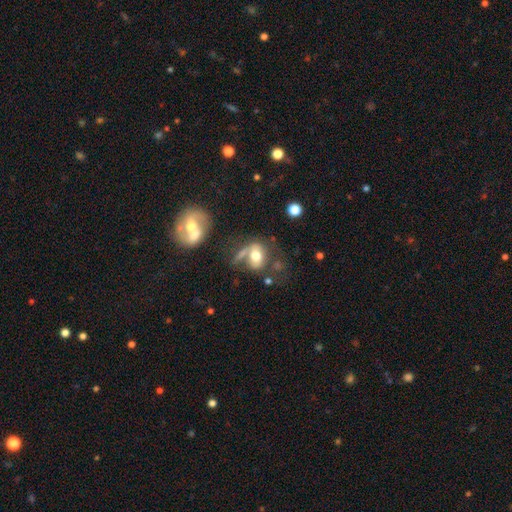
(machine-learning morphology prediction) A smooth galaxy with no disk features (62%) that is in between round and cigar-shaped (62%).

Vote fractions:
- Smooth or featured? smooth: 62% / featured or disk: 27% / star or artifact: 10%
- How rounded? in between: 62% / round: 35% / cigar-shaped: 2%
- Merging? none: 32% / merger: 30% / major disturbance: 20% / minor disturbance: 18%